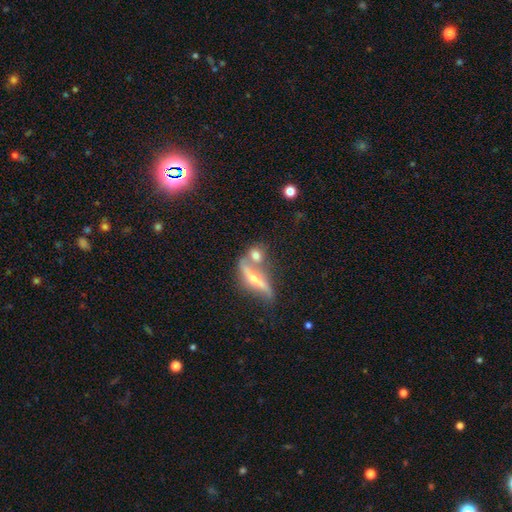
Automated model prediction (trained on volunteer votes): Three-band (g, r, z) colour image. It shows a smooth galaxy with no disk features (52%) that is in between round and cigar-shaped (43%). Merging: merger (42%).